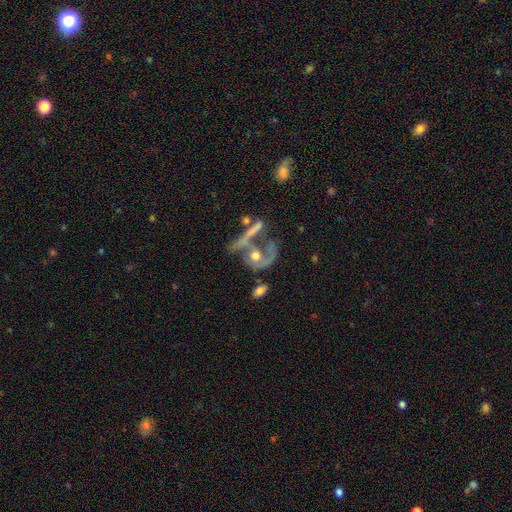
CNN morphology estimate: Q: Smooth or featured?
A: featured or disk (66%); runner-up: smooth (24%)
Q: Edge-on disk?
A: no (89%); runner-up: yes (11%)
Q: Bar?
A: no (79%); runner-up: weak (15%)
Q: Spiral arms?
A: yes (53%); runner-up: no (47%)
Q: Bulge size?
A: moderate (59%); runner-up: small (18%)
Q: Merging?
A: merger (35%); runner-up: none (27%)